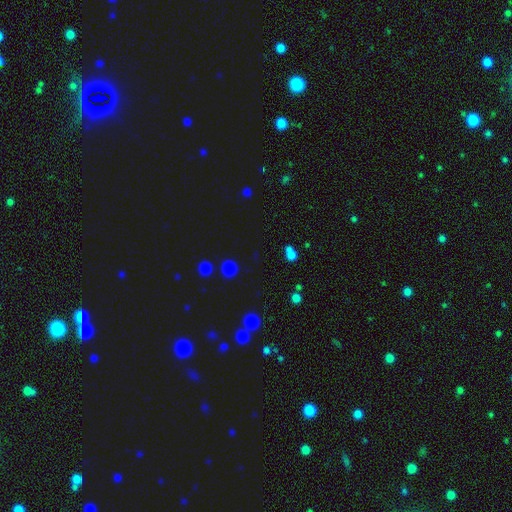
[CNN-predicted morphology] smooth_or_featured: smooth (p=0.67) [alt: star or artifact p=0.26]
how_rounded: round (p=0.82) [alt: in between p=0.16]
merging: none (p=0.69) [alt: merger p=0.18]